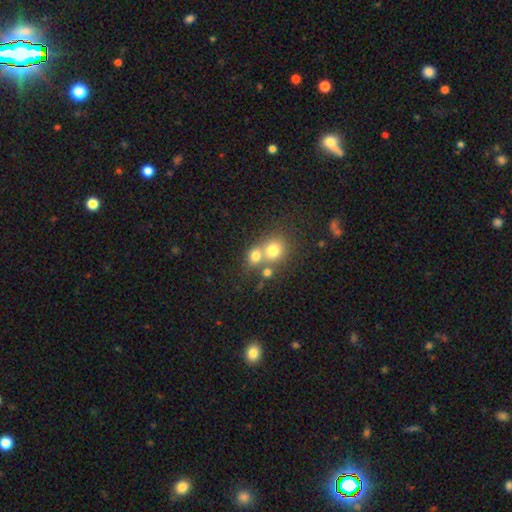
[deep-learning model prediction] Smooth or featured? smooth (73%)
How rounded? round (72%)
Merging? merger (52%)